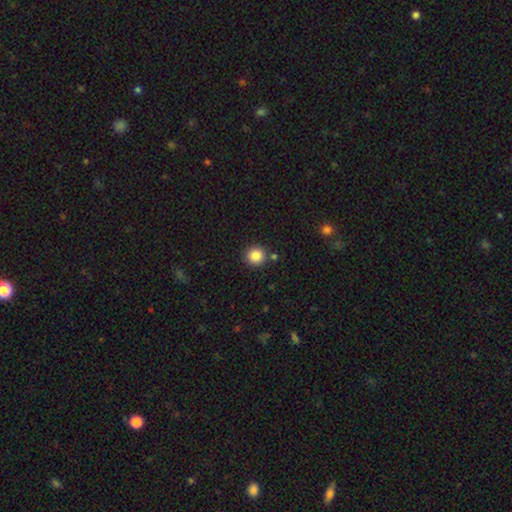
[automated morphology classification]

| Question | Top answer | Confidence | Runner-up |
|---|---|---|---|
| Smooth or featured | smooth | 87% | star or artifact (10%) |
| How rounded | round | 93% | in between (6%) |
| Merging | none | 86% | minor disturbance (7%) |